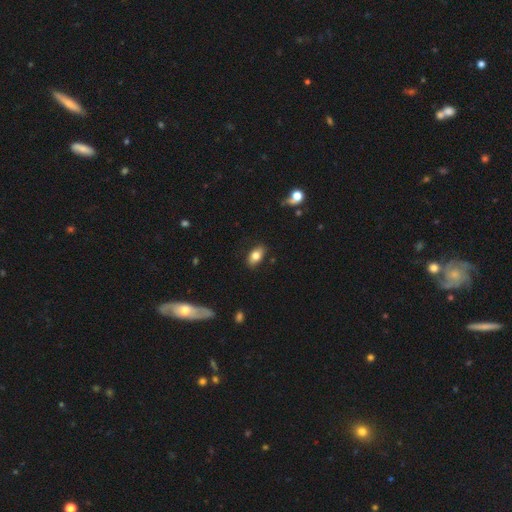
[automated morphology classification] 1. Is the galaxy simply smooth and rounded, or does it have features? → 78% smooth, 14% featured or disk, 8% star or artifact.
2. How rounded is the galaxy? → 89% in between, 7% round, 4% cigar-shaped.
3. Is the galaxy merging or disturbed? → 84% none, 12% minor disturbance, 2% major disturbance, 1% merger.